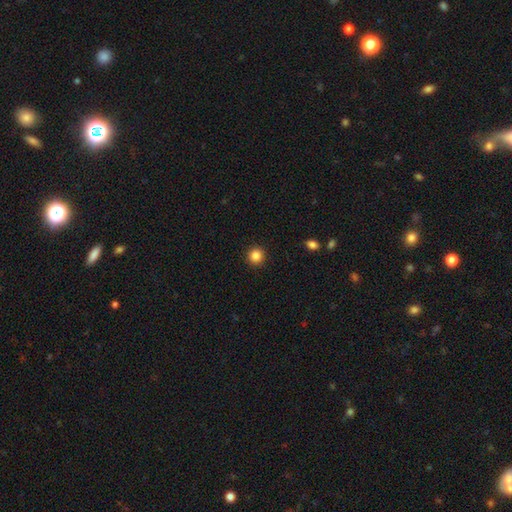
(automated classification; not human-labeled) This appears to be a smooth galaxy with no disk features (85%) that is round (95%). Merging: none (93%).